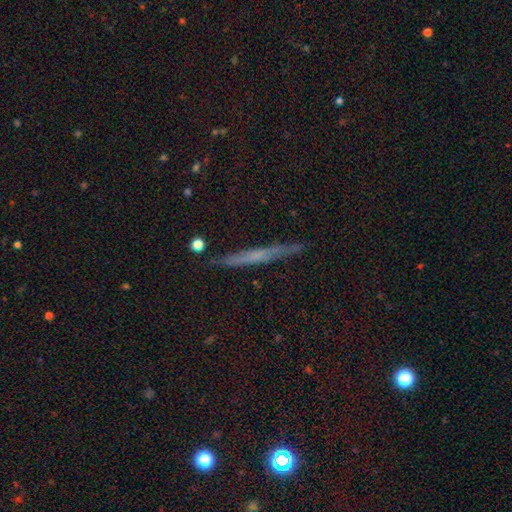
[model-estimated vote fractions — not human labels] The model was most divided on "smooth or featured": featured or disk: 52%, smooth: 39%, star or artifact: 9%. More confident: edge-on disk — yes (95%); merging — none (87%).